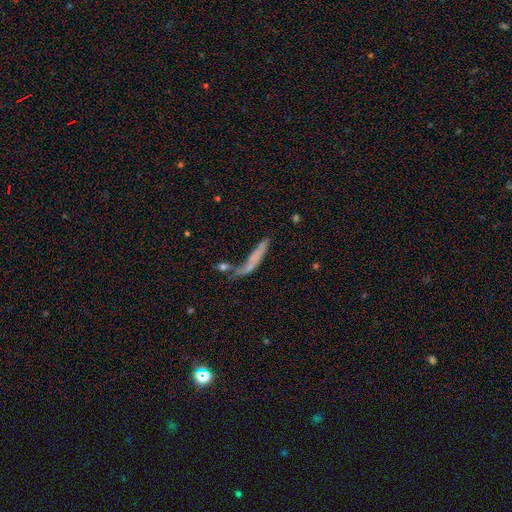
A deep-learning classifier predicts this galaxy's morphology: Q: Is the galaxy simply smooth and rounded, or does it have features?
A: smooth — 54%.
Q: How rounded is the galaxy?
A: cigar-shaped — 82%.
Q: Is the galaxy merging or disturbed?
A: none — 35%.